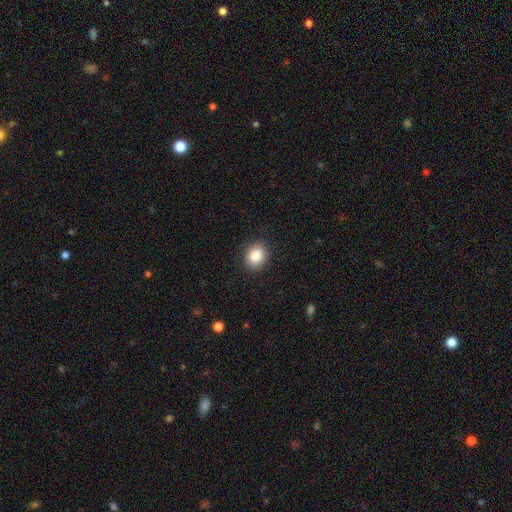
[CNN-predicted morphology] smooth-or-featured: smooth: 87% | star or artifact: 9% | featured or disk: 5%
  how-rounded: round: 73% | in between: 26% | cigar-shaped: 1%
  merging: none: 89% | minor disturbance: 8% | major disturbance: 2% | merger: 1%